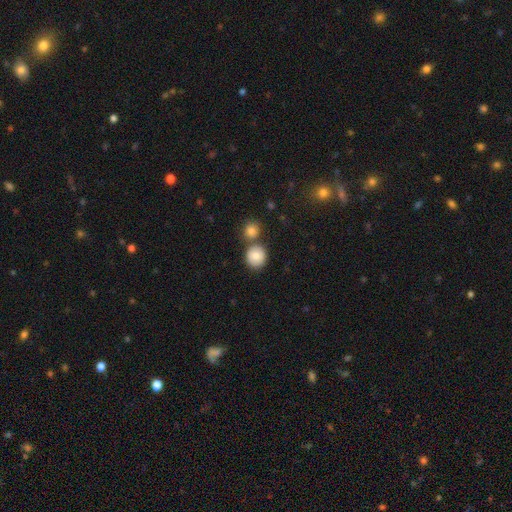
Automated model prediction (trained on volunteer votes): Q: Smooth or featured?
A: smooth (83%); runner-up: featured or disk (9%)
Q: How rounded?
A: round (88%); runner-up: in between (11%)
Q: Merging?
A: none (67%); runner-up: merger (21%)